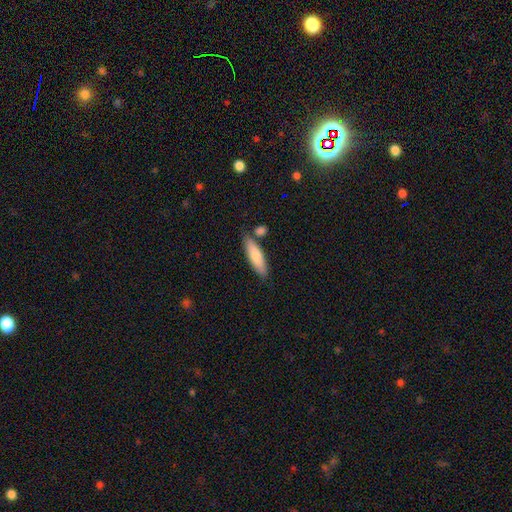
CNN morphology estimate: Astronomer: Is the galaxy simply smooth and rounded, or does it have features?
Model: smooth — 80%.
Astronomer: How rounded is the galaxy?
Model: cigar-shaped — 64%.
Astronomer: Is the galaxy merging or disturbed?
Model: none — 75%.